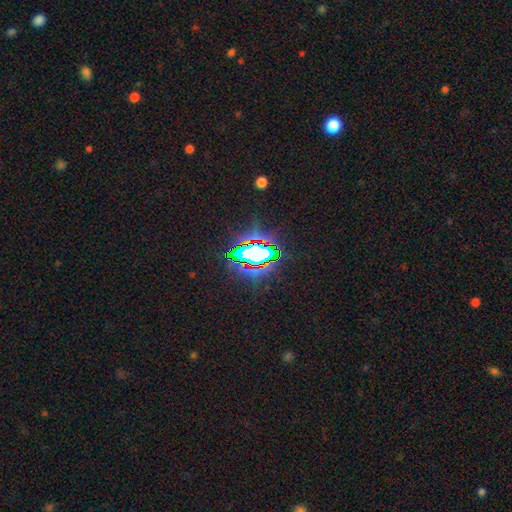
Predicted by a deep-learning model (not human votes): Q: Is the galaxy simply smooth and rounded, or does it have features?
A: star or artifact — 68%.